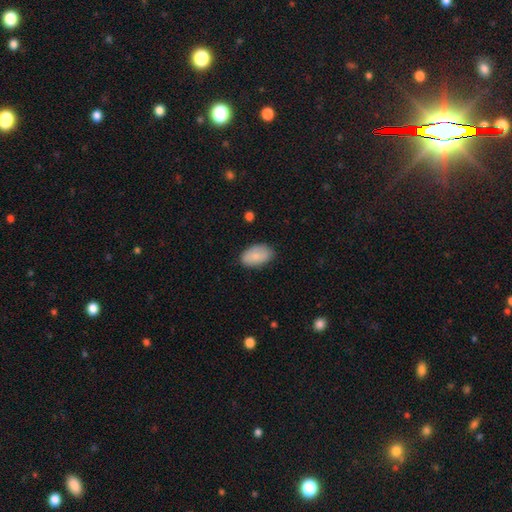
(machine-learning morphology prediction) Smooth or featured: smooth — 82% (featured or disk — 12%)
How rounded: in between — 93% (round — 6%)
Merging: none — 82% (minor disturbance — 14%)